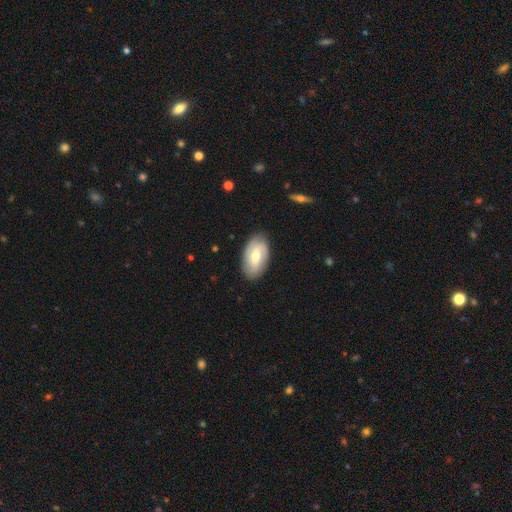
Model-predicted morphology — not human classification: Smooth or featured? featured or disk (48%)
Merging? none (84%)